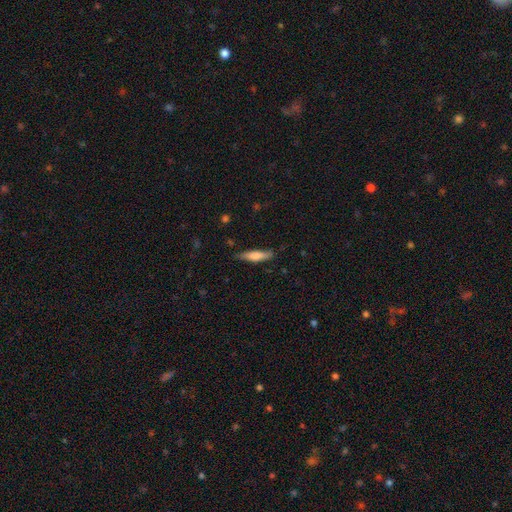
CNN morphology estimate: This appears to be a smooth galaxy with no disk features (67%) that is cigar-shaped (78%). Merging: none (77%).